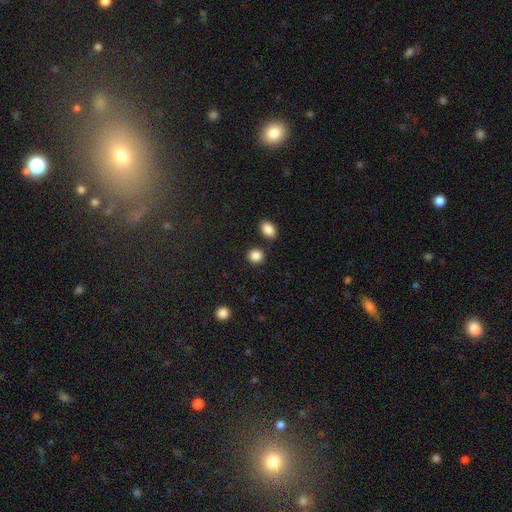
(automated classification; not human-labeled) smooth-or-featured: smooth: 87% | star or artifact: 9% | featured or disk: 4%
  how-rounded: round: 80% | in between: 19% | cigar-shaped: 1%
  merging: none: 83% | minor disturbance: 7% | merger: 7% | major disturbance: 3%